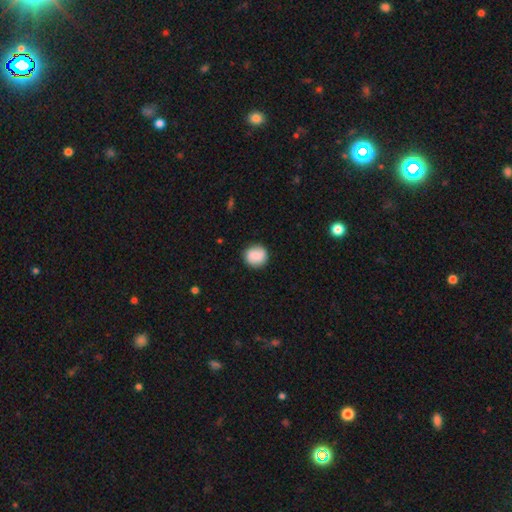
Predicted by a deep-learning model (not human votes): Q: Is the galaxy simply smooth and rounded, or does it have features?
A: smooth — 79%.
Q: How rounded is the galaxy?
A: round — 90%.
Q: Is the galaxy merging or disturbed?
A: none — 87%.